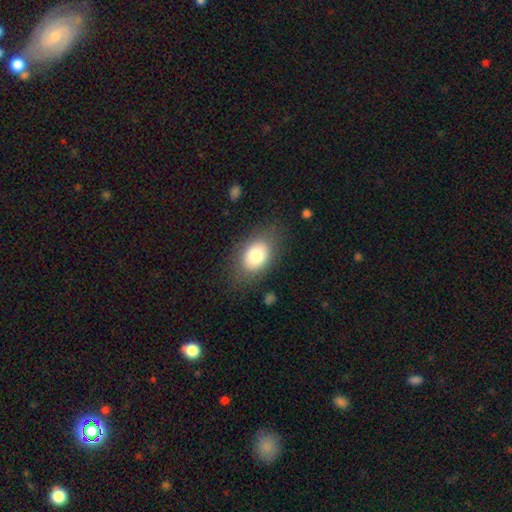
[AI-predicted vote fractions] Overall: smooth (77%). How rounded: in between (80%). Merging: none (77%).